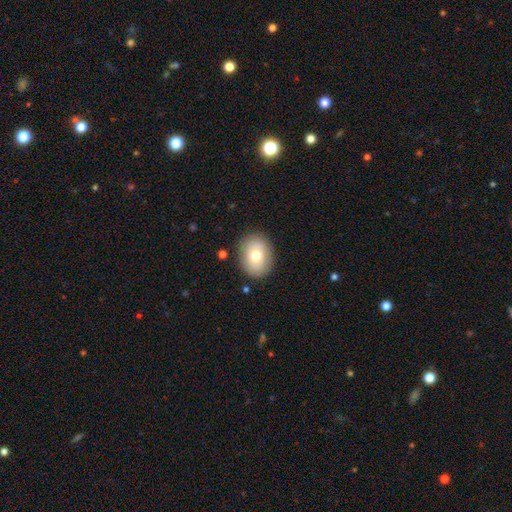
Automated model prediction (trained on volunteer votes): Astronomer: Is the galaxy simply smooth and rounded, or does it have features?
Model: smooth — 72%.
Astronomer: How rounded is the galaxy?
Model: in between — 61% (runner-up: round, 39%).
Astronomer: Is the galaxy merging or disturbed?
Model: none — 87%.